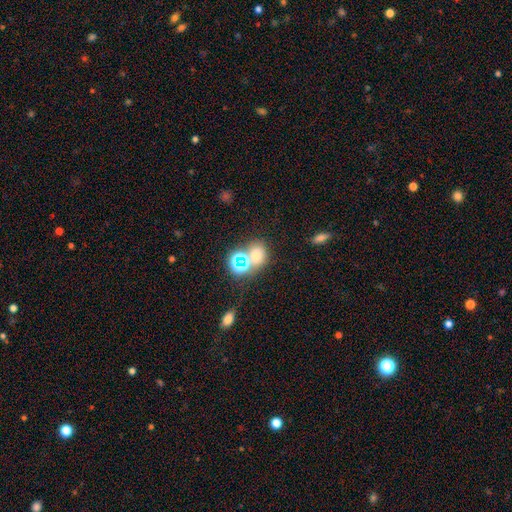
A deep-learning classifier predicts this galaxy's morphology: This appears to be a smooth galaxy with no disk features (58%) that is round (58%). Merging: none (54%).